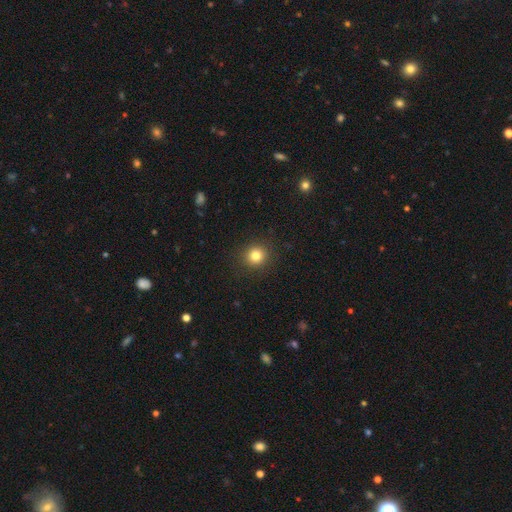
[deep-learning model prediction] smooth_or_featured: smooth (p=0.82) [alt: star or artifact p=0.12]
how_rounded: round (p=0.91) [alt: in between p=0.08]
merging: none (p=0.91) [alt: minor disturbance p=0.06]